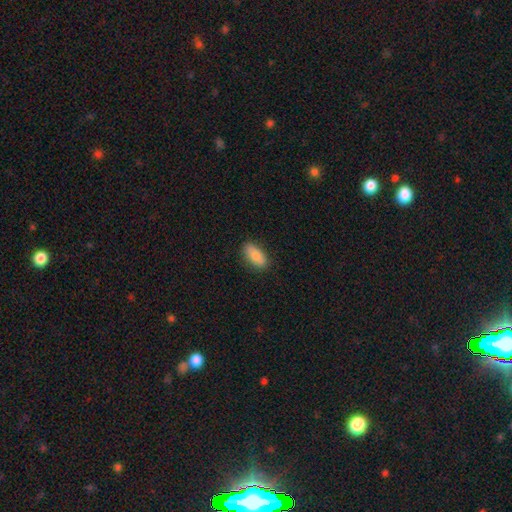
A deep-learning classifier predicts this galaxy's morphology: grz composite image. It shows a smooth galaxy with no disk features (84%) that is in between round and cigar-shaped (88%). Merging: none (84%).